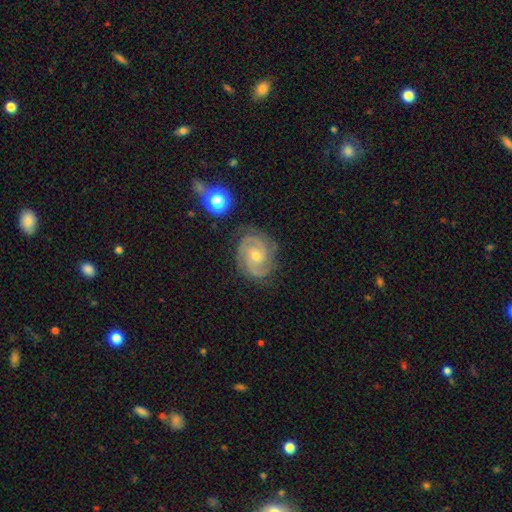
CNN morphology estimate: Q: Smooth or featured?
A: featured or disk (89%); runner-up: star or artifact (6%)
Q: Edge-on disk?
A: no (98%); runner-up: yes (2%)
Q: Bar?
A: no (66%); runner-up: weak (27%)
Q: Spiral arms?
A: yes (98%); runner-up: no (2%)
Q: Spiral winding?
A: tight (66%); runner-up: medium (30%)
Q: Spiral arm count?
A: 2 (56%); runner-up: 3 (26%)
Q: Bulge size?
A: small (58%); runner-up: moderate (39%)
Q: Merging?
A: none (81%); runner-up: minor disturbance (14%)